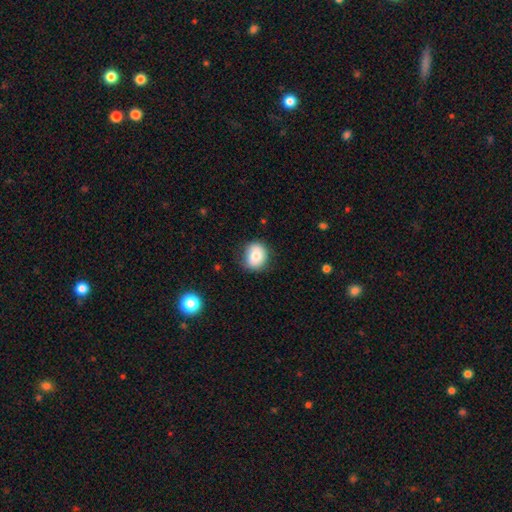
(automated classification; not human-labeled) A smooth galaxy with no disk features (80%) that is round (65%).

Vote fractions:
- Smooth or featured? smooth: 80% / featured or disk: 11% / star or artifact: 9%
- How rounded? round: 65% / in between: 34% / cigar-shaped: 1%
- Merging? none: 77% / minor disturbance: 18% / major disturbance: 4% / merger: 1%